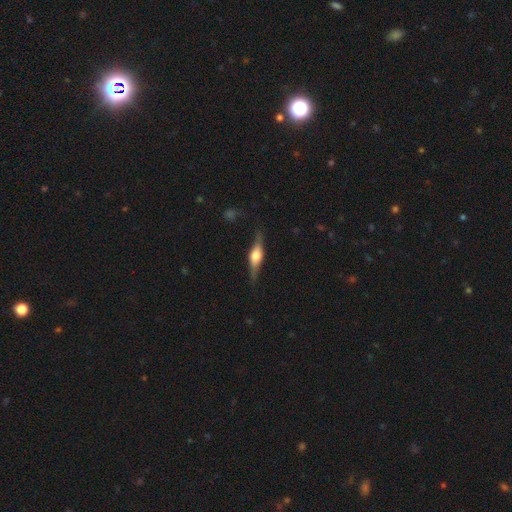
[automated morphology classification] type=featured or disk (66%); edge-on=yes (95%); edge-on bulge=rounded (88%); merging=none (80%).